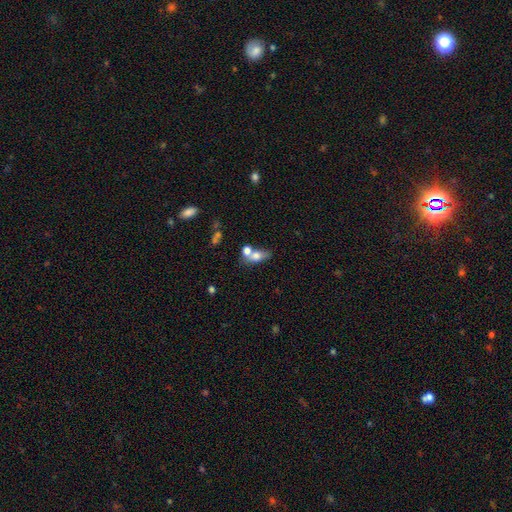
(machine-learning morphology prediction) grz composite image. It shows a smooth galaxy with no disk features (70%) that is in between round and cigar-shaped (71%). Merging: merger (49%).